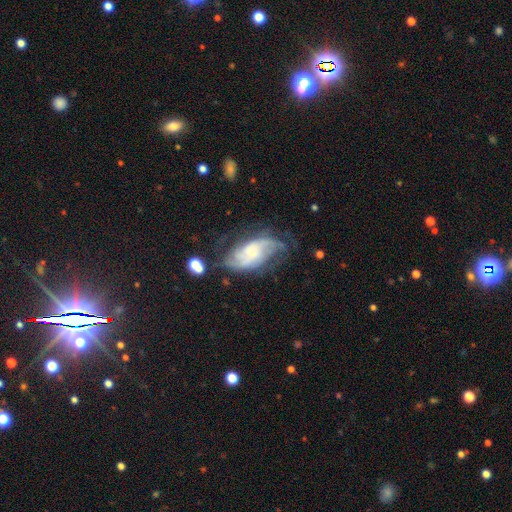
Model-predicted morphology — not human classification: A featured or disk galaxy (78%) with no bar (55%), 2 (48%) medium (44%) spiral arms (93%) and a small central bulge (57%).

Vote fractions:
- Smooth or featured? featured or disk: 78% / smooth: 15% / star or artifact: 7%
- Edge-on disk? no: 95% / yes: 5%
- Bar? no: 55% / weak: 37% / strong: 8%
- Spiral arms? yes: 93% / no: 7%
- Spiral winding? medium: 44% / loose: 28% / tight: 27%
- Spiral arm count? 2: 48% / can't tell: 25% / 3: 14% / 4: 5% / 1: 4% / more than 4: 4%
- Bulge size? small: 57% / moderate: 25% / none: 11% / large: 6% / dominant: 2%
- Merging? none: 54% / minor disturbance: 23% / major disturbance: 19% / merger: 4%